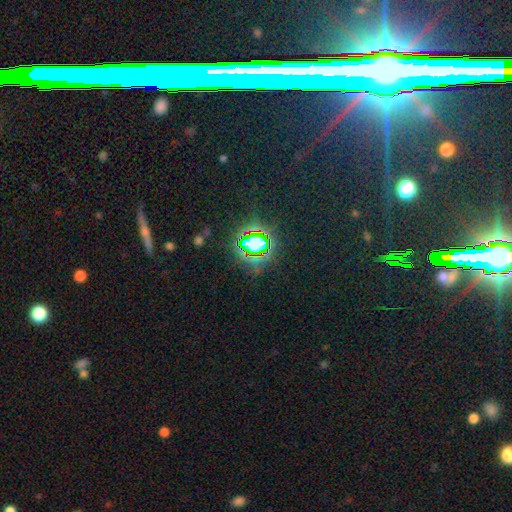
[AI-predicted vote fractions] Smooth or featured: star or artifact — 73% (smooth — 13%)